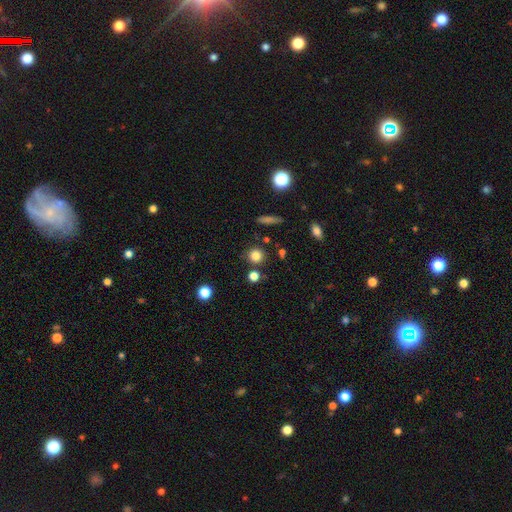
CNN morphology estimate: Smooth or featured? smooth (82%)
How rounded? round (91%)
Merging? none (83%)